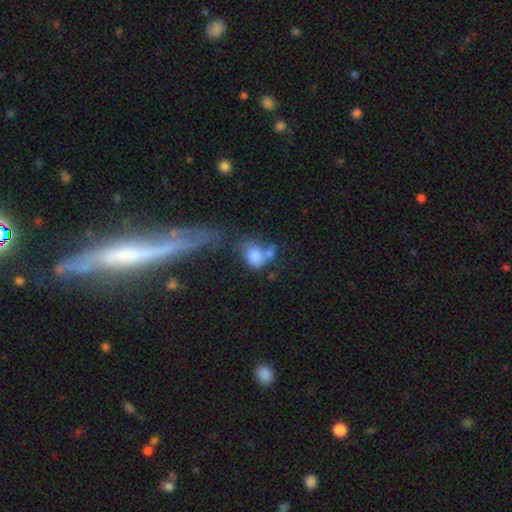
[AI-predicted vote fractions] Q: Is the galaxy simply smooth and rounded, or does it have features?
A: smooth — 72%.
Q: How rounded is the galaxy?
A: in between — 53%.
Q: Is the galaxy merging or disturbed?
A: merger — 43%.